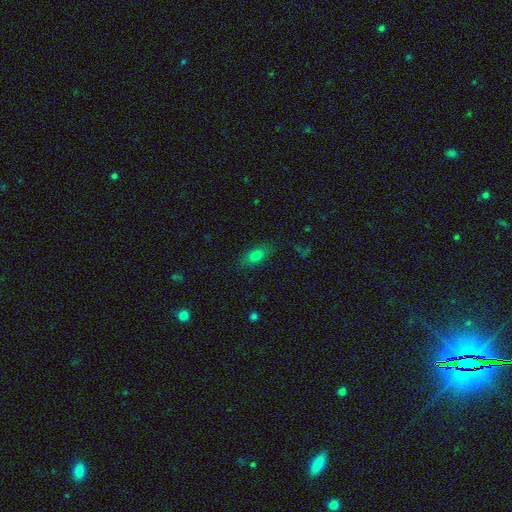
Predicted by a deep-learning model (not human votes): Smooth or featured? smooth (77%)
How rounded? in between (81%)
Merging? none (80%)